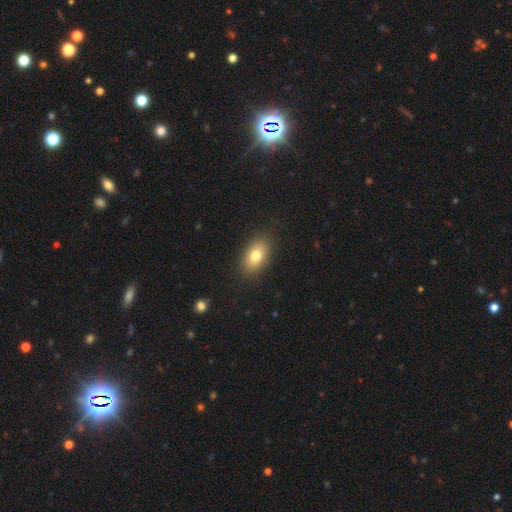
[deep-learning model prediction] The model was most divided on "smooth or featured": smooth: 79%, featured or disk: 12%, star or artifact: 9%. More confident: how rounded — in between (88%); merging — none (86%).